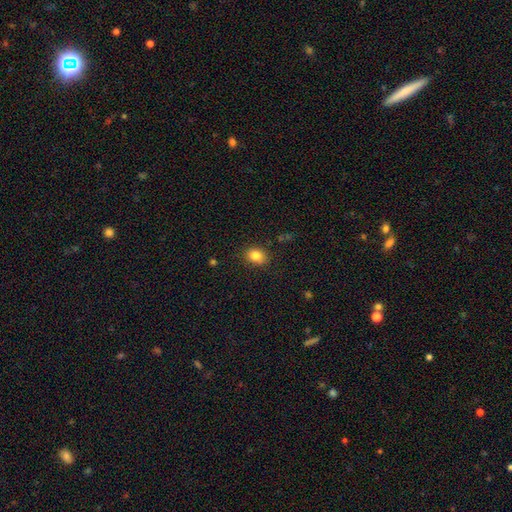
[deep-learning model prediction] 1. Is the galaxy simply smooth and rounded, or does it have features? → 83% smooth, 10% star or artifact, 6% featured or disk.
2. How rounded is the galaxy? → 59% in between, 40% round, 1% cigar-shaped.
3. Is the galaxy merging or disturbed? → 85% none, 11% minor disturbance, 3% major disturbance, 1% merger.